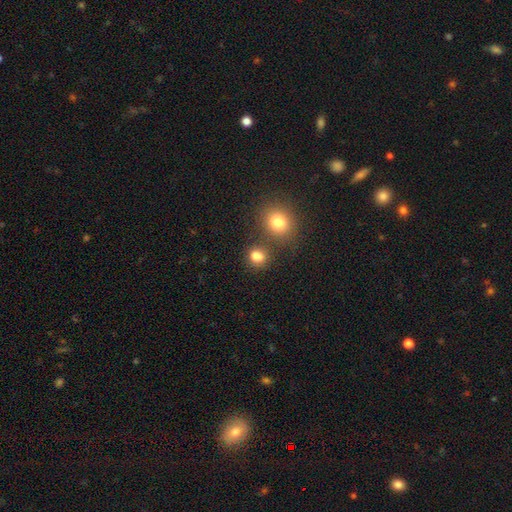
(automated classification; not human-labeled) Smooth or featured? Predicted: smooth (p=0.81). How rounded? Predicted: round (p=0.73). Merging? Predicted: none (p=0.67).